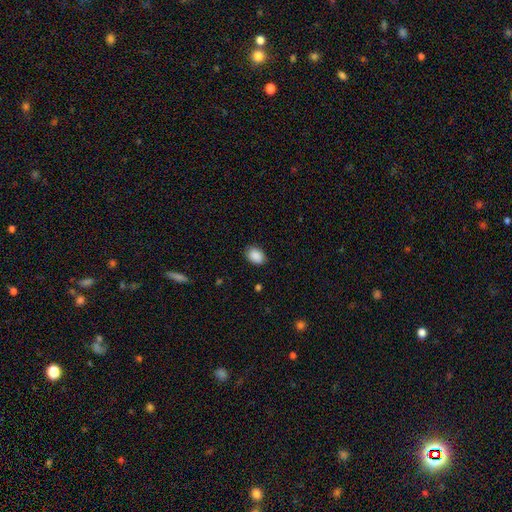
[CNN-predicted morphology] This is clearly a smooth galaxy (89%). How rounded: likely in between (78%). Merging: clearly none (83%).